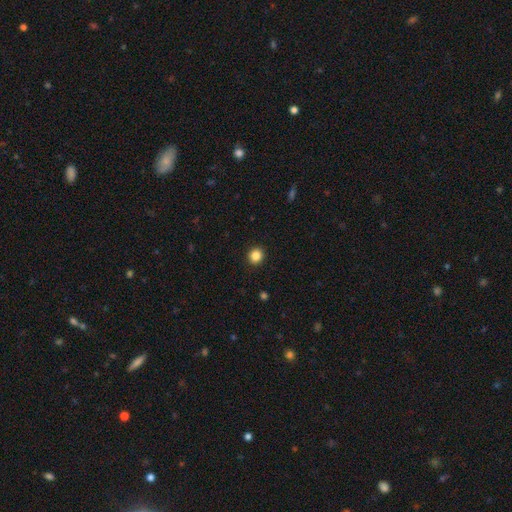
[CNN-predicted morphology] Q: Smooth or featured?
A: smooth (86%); runner-up: star or artifact (11%)
Q: How rounded?
A: round (91%); runner-up: in between (8%)
Q: Merging?
A: none (93%); runner-up: minor disturbance (5%)